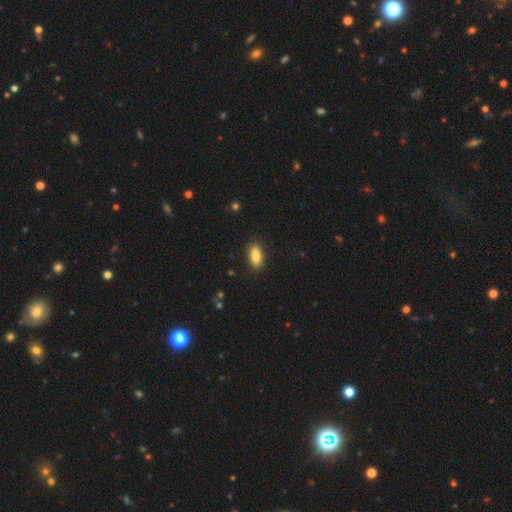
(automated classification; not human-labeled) Smooth or featured: smooth — 87% (star or artifact — 7%)
How rounded: in between — 88% (cigar-shaped — 9%)
Merging: none — 88% (minor disturbance — 8%)